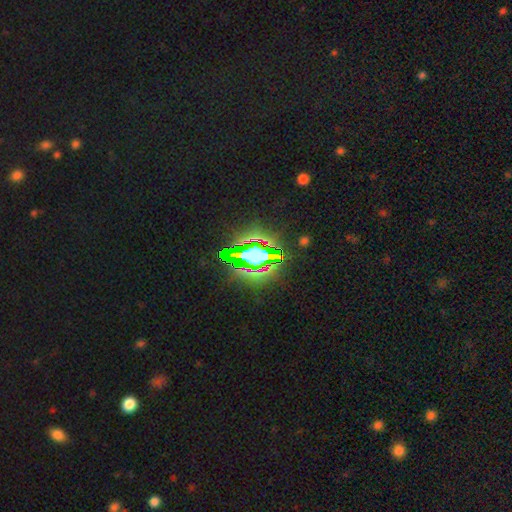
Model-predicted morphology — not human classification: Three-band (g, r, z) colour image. It shows a star or artifact, not a galaxy (71%).